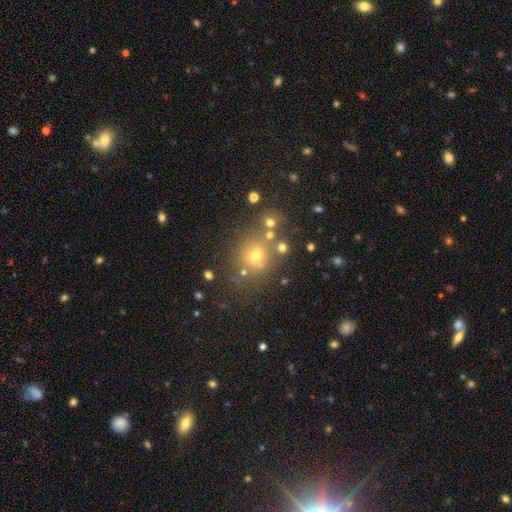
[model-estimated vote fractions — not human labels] Smooth or featured: smooth — 63% (star or artifact — 25%)
How rounded: round — 83% (in between — 16%)
Merging: none — 74% (minor disturbance — 11%)